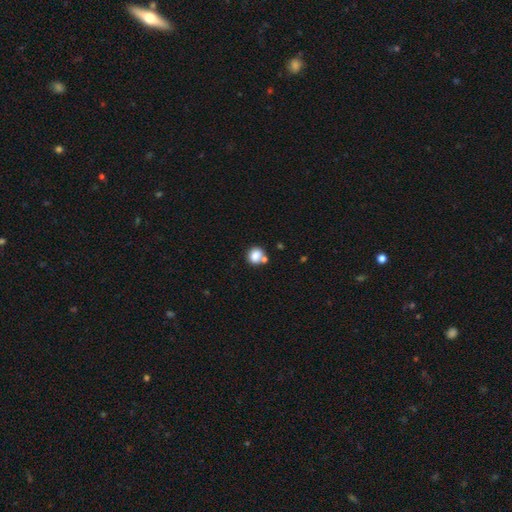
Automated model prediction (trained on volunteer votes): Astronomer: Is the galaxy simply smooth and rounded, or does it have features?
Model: smooth — 82%.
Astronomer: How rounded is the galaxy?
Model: round — 71%.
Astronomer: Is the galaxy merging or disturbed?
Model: none — 56%.